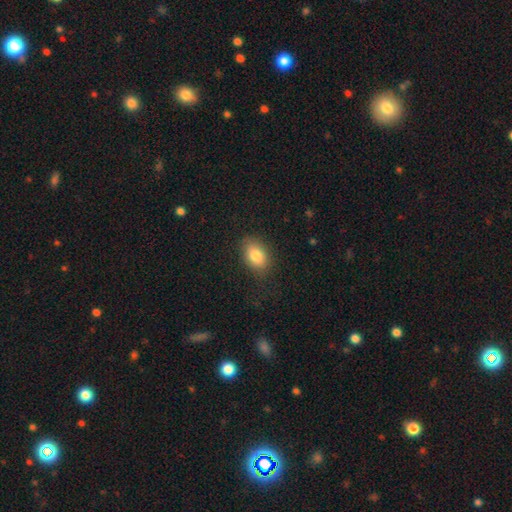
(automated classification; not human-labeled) Q: Smooth or featured?
A: smooth (83%); runner-up: featured or disk (9%)
Q: How rounded?
A: in between (84%); runner-up: round (14%)
Q: Merging?
A: none (82%); runner-up: minor disturbance (13%)